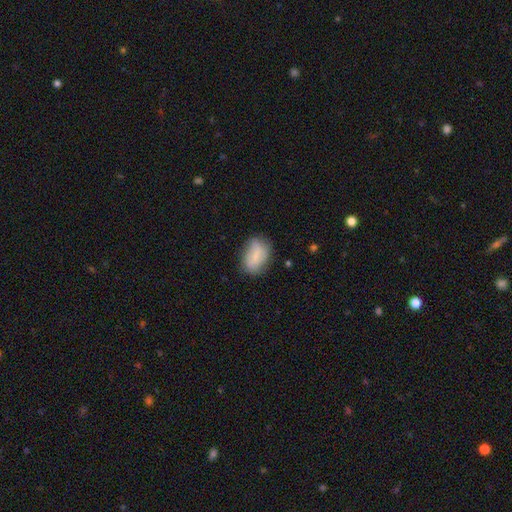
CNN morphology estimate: Smooth or featured? smooth (70%)
How rounded? in between (87%)
Merging? none (68%)